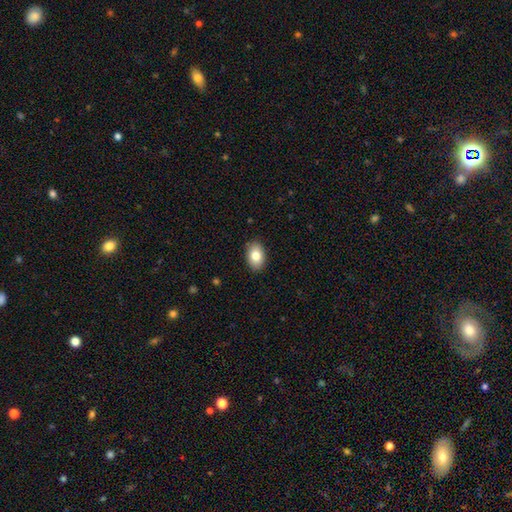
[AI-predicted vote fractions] Overall: smooth (83%). How rounded: in between (85%). Merging: none (89%).